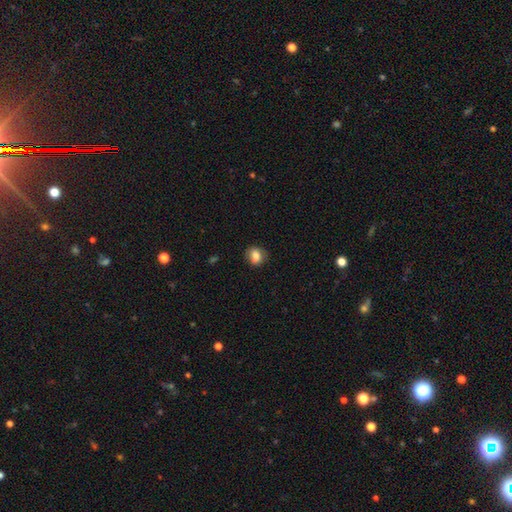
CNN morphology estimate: A smooth galaxy with no disk features (82%) that is round (53%). Merging: none (80%).